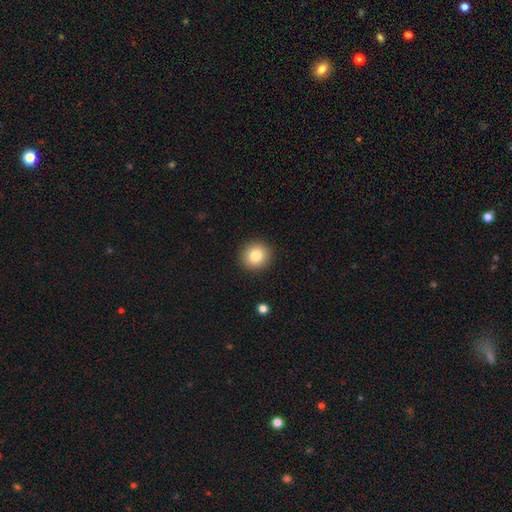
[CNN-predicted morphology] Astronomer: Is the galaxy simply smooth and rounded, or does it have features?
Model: smooth — 82%.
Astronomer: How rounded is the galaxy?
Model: round — 92%.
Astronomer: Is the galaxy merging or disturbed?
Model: none — 92%.